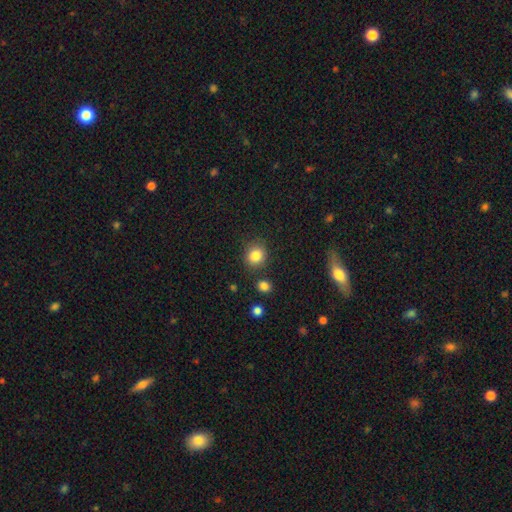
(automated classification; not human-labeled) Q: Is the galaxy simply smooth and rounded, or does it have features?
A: smooth — 85%.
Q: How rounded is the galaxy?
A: round — 76%.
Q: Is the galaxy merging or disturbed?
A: none — 82%.